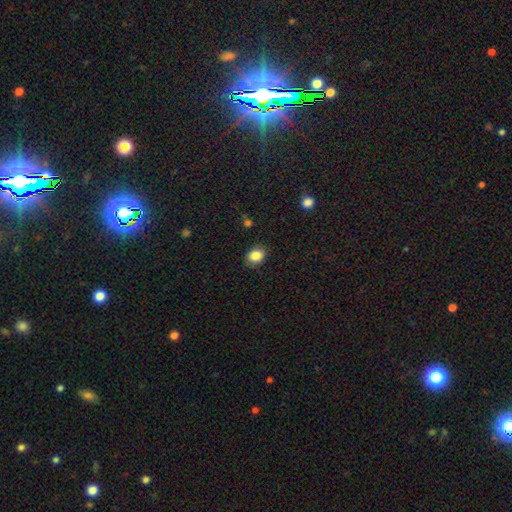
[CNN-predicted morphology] Smooth or featured: smooth — 85% (star or artifact — 9%)
How rounded: in between — 58% (round — 41%)
Merging: none — 86% (minor disturbance — 10%)